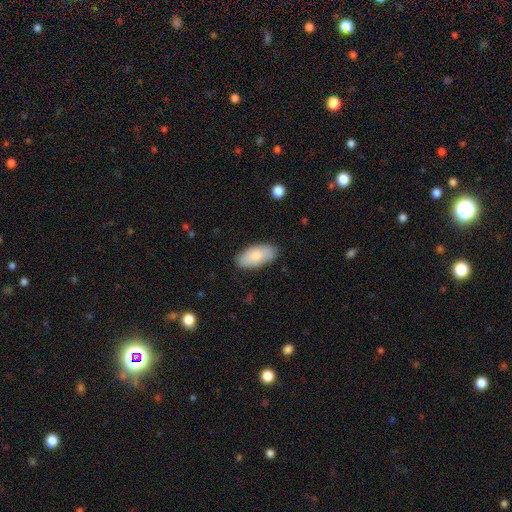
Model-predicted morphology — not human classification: This is clearly a smooth galaxy (80%). How rounded: clearly in between (93%). Merging: clearly none (83%).